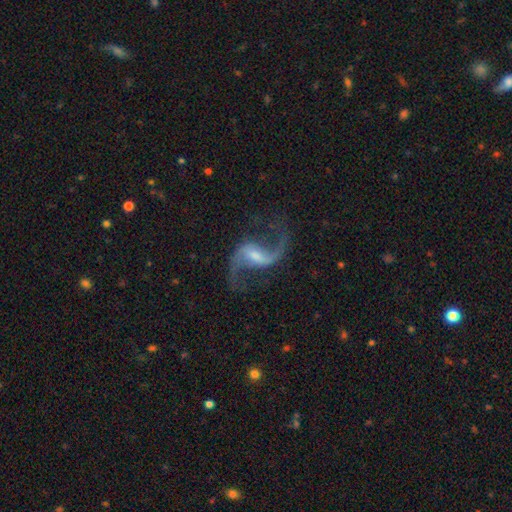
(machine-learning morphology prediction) This appears to be a featured or disk galaxy (92%) with a weak bar (51%), 2 (94%) loose (83%) spiral arms (98%) and a small central bulge (40%). Merging: none (77%).